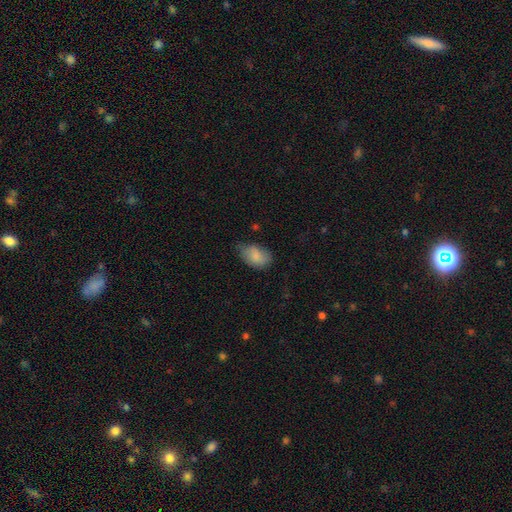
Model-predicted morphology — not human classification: Smooth or featured? smooth (83%)
How rounded? in between (88%)
Merging? none (53%)